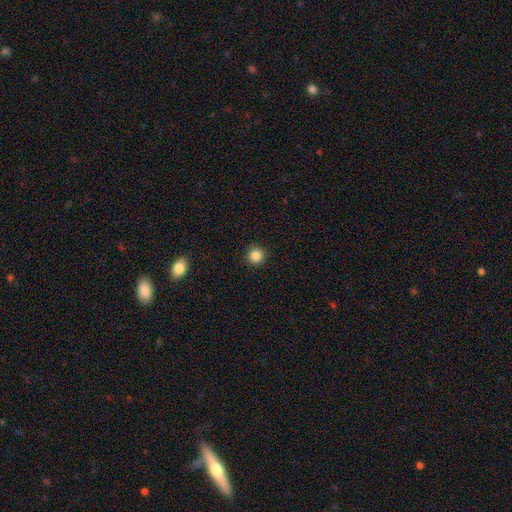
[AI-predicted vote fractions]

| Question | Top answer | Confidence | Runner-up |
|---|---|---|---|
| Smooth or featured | smooth | 85% | star or artifact (11%) |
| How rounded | round | 95% | in between (4%) |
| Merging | none | 92% | minor disturbance (5%) |